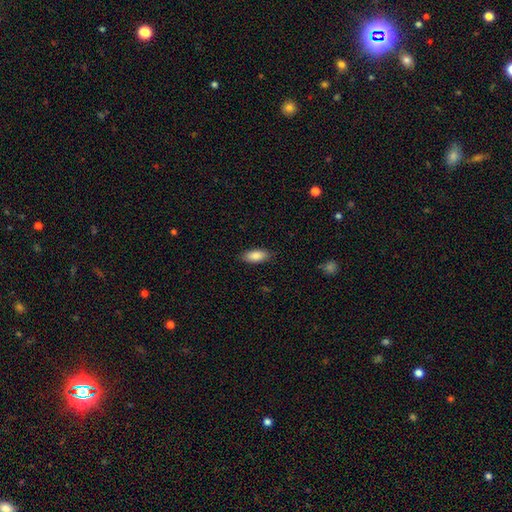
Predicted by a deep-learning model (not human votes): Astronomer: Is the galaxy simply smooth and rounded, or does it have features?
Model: smooth — 87%.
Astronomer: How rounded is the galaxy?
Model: in between — 87%.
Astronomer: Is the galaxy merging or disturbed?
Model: none — 86%.